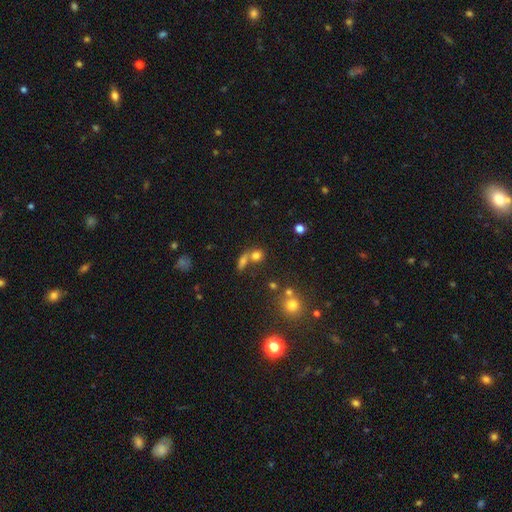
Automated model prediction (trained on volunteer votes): Smooth or featured: smooth — 73% (star or artifact — 16%)
How rounded: round — 67% (in between — 30%)
Merging: none — 45% (merger — 41%)